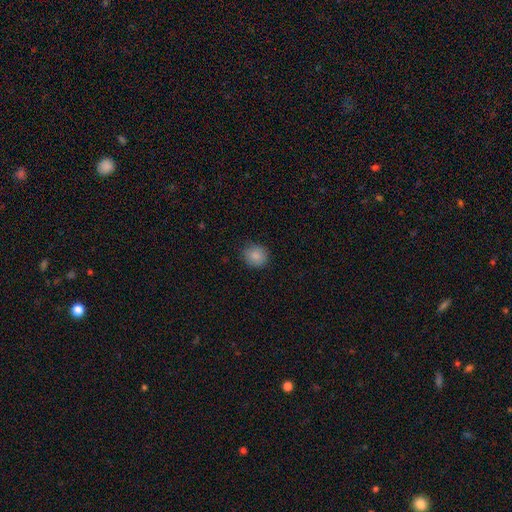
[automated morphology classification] The model was most divided on "how rounded": round: 86%, in between: 13%, cigar-shaped: 1%. More confident: merging — none (87%); smooth or featured — smooth (87%).